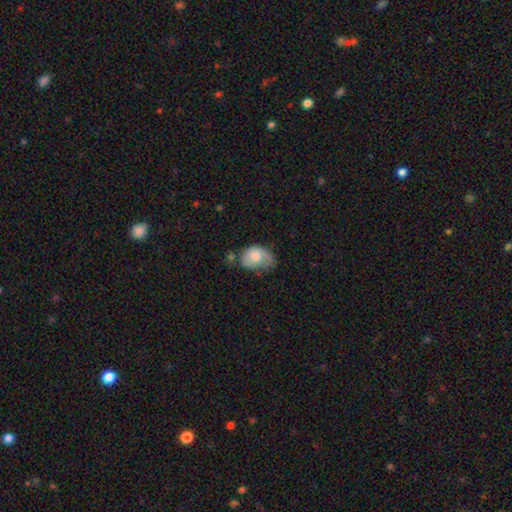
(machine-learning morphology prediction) Q: Smooth or featured?
A: smooth (64%); runner-up: featured or disk (29%)
Q: How rounded?
A: in between (79%); runner-up: round (19%)
Q: Merging?
A: minor disturbance (37%); runner-up: none (29%)